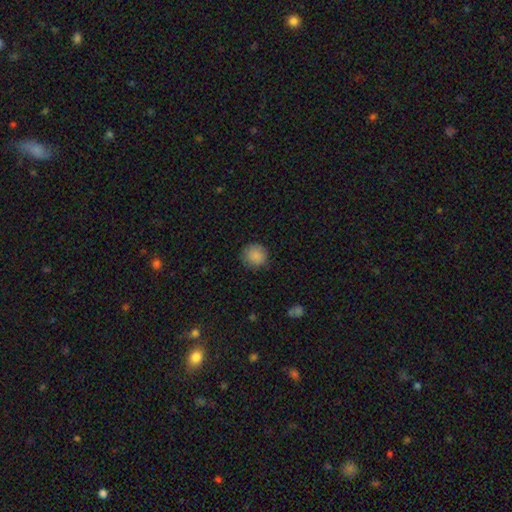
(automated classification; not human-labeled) Q: Smooth or featured?
A: smooth (87%); runner-up: star or artifact (9%)
Q: How rounded?
A: round (92%); runner-up: in between (7%)
Q: Merging?
A: none (84%); runner-up: minor disturbance (12%)